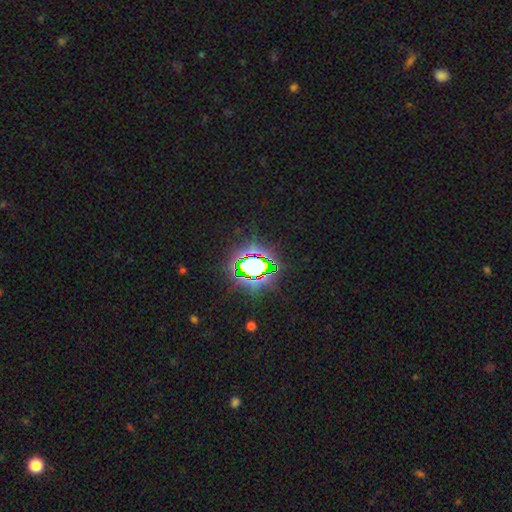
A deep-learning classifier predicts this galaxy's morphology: Smooth or featured?
  - star or artifact: 81% *
  - smooth: 12%
  - featured or disk: 8%